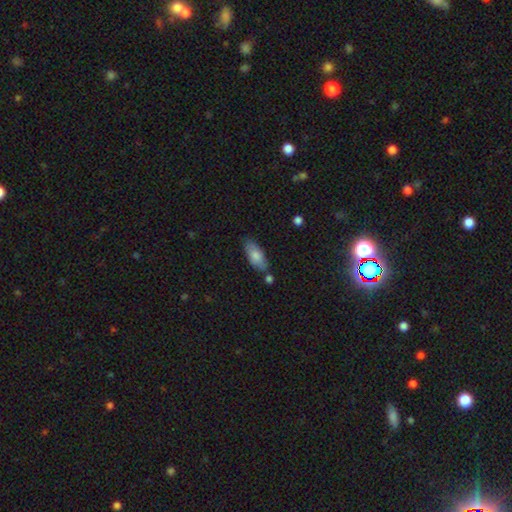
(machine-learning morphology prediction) The model was most divided on "merging": none: 70%, minor disturbance: 18%, merger: 8%, major disturbance: 4%. More confident: how rounded — in between (83%); smooth or featured — smooth (79%).